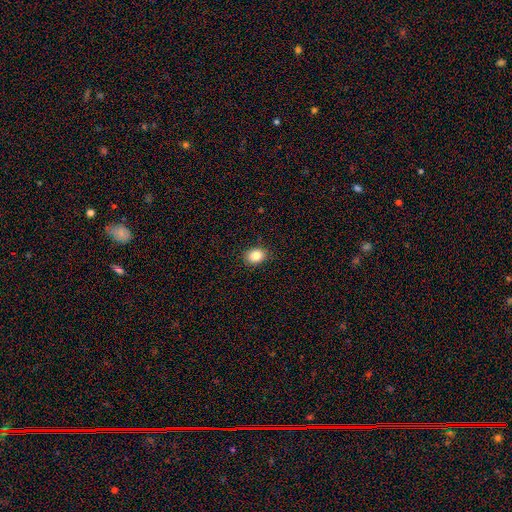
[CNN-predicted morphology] The model was most divided on "how rounded": in between: 56%, round: 43%, cigar-shaped: 1%. More confident: merging — none (88%); smooth or featured — smooth (85%).